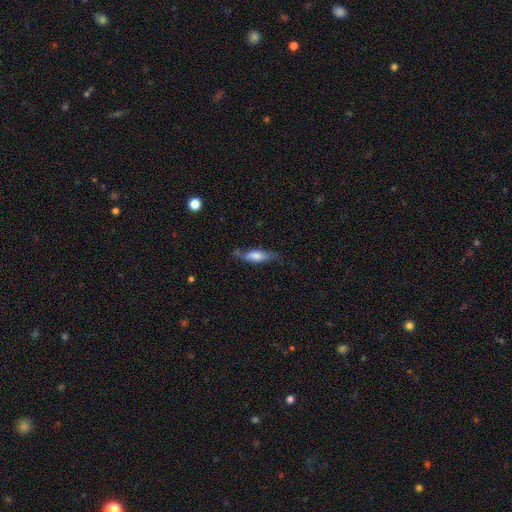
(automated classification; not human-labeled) Q: Smooth or featured?
A: smooth (60%); runner-up: featured or disk (33%)
Q: How rounded?
A: cigar-shaped (51%); runner-up: in between (47%)
Q: Merging?
A: none (62%); runner-up: minor disturbance (27%)